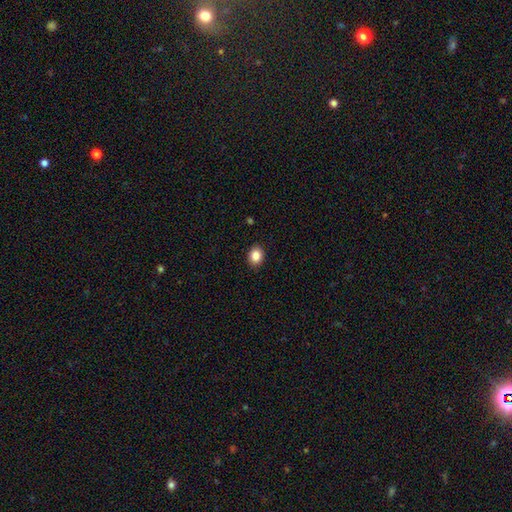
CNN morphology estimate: A smooth galaxy with no disk features (86%) that is round (51%). Merging: none (90%).